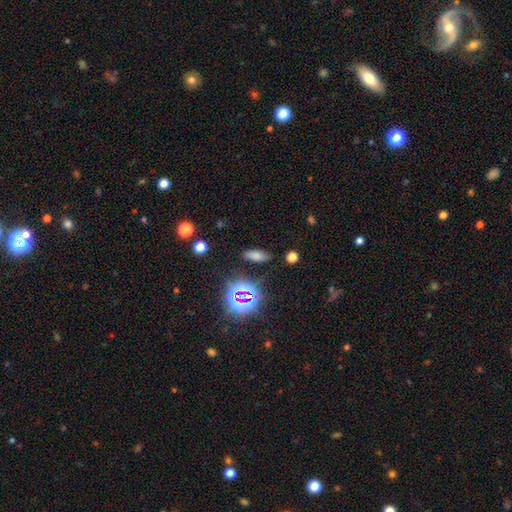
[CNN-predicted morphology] Overall: smooth (68%). How rounded: in between (71%). Merging: none (83%).